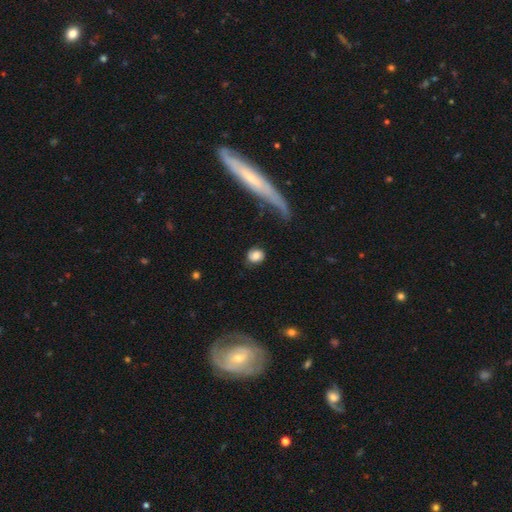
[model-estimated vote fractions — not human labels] smooth_or_featured: smooth (p=0.77) [alt: featured or disk p=0.14]
how_rounded: round (p=0.71) [alt: in between p=0.27]
merging: none (p=0.74) [alt: minor disturbance p=0.16]